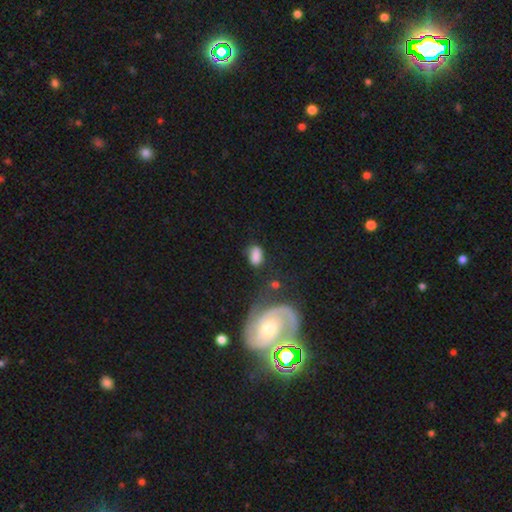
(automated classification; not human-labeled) Q: Smooth or featured?
A: smooth (77%); runner-up: featured or disk (14%)
Q: How rounded?
A: in between (86%); runner-up: round (11%)
Q: Merging?
A: none (59%); runner-up: minor disturbance (22%)